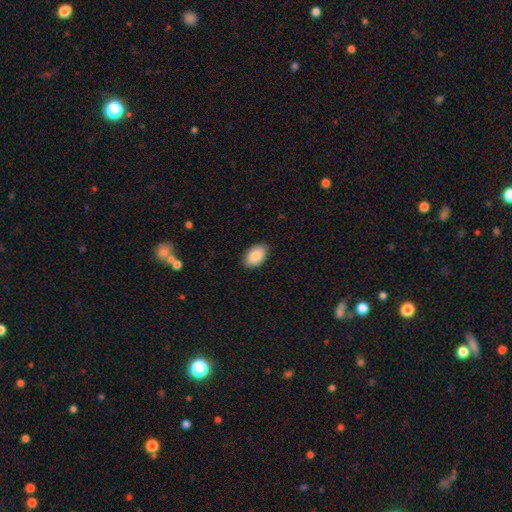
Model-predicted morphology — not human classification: A smooth galaxy with no disk features (86%) that is in between round and cigar-shaped (90%).

Vote fractions:
- Smooth or featured? smooth: 86% / featured or disk: 7% / star or artifact: 7%
- How rounded? in between: 90% / round: 8% / cigar-shaped: 1%
- Merging? none: 89% / minor disturbance: 9% / major disturbance: 2% / merger: 1%